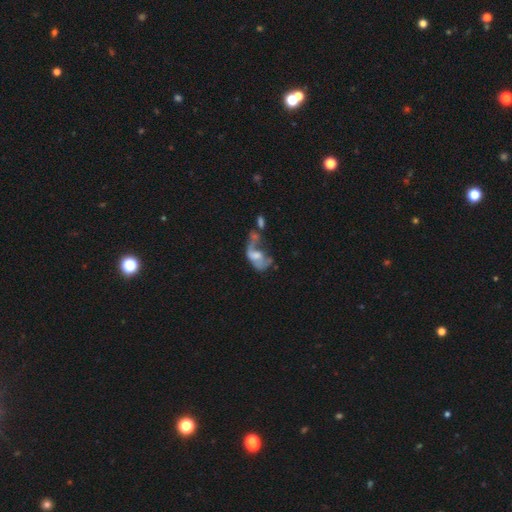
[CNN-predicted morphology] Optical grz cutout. It shows a featured or disk galaxy (56%) with no bar (64%), no spiral arms (51%) and a moderate central bulge (35%). Merging: major disturbance (39%).